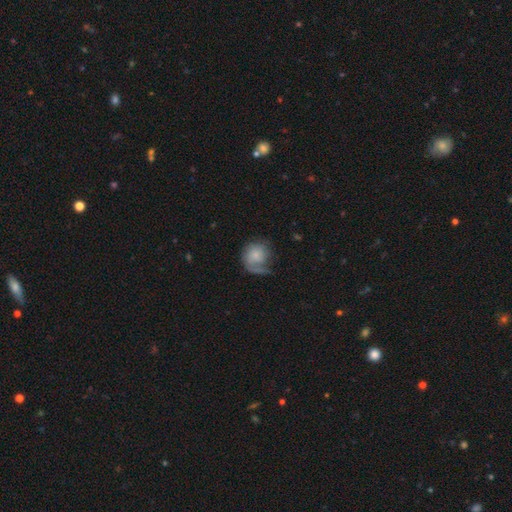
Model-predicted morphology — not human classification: type=smooth (57%); roundness=round (77%); merging=none (37%).